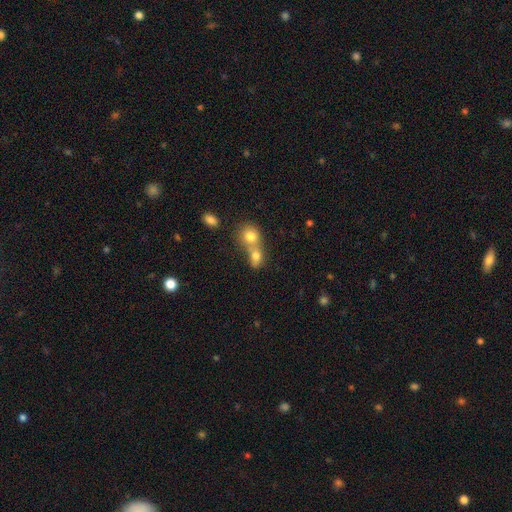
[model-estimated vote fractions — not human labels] Smooth or featured? smooth (76%)
How rounded? round (53%)
Merging? merger (67%)